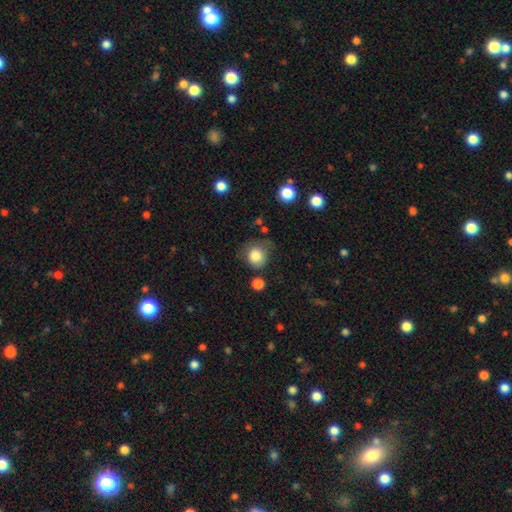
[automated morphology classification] Q: Smooth or featured?
A: smooth (83%); runner-up: star or artifact (9%)
Q: How rounded?
A: round (83%); runner-up: in between (16%)
Q: Merging?
A: none (58%); runner-up: minor disturbance (27%)